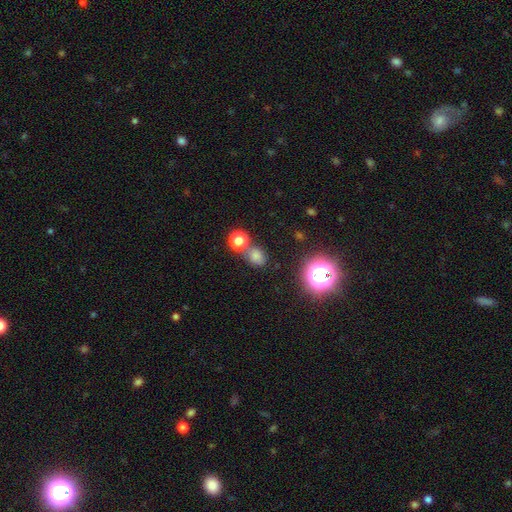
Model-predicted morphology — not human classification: Smooth or featured? smooth (69%)
How rounded? round (62%)
Merging? none (66%)